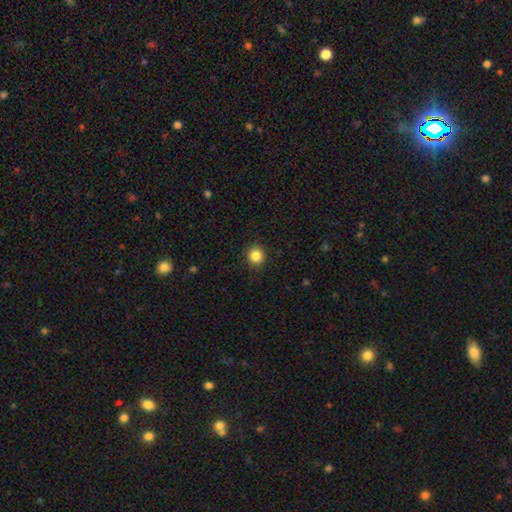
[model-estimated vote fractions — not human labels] A smooth galaxy with no disk features (85%) that is round (91%).

Vote fractions:
- Smooth or featured? smooth: 85% / star or artifact: 11% / featured or disk: 4%
- How rounded? round: 91% / in between: 8% / cigar-shaped: 1%
- Merging? none: 91% / minor disturbance: 6% / major disturbance: 2% / merger: 1%